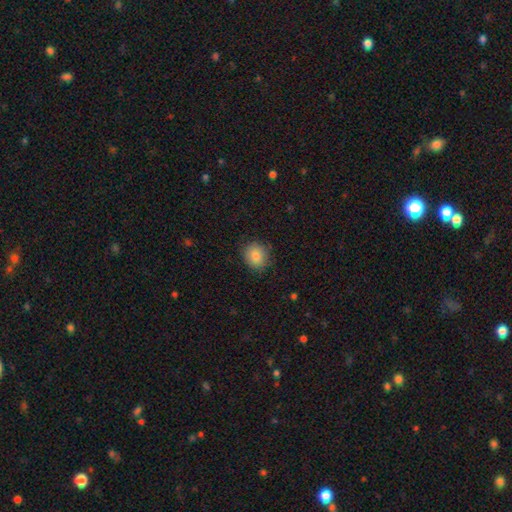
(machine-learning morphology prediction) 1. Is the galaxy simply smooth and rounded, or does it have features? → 86% smooth, 8% star or artifact, 6% featured or disk.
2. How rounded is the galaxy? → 74% round, 25% in between, 1% cigar-shaped.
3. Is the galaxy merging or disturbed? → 83% none, 13% minor disturbance, 3% major disturbance, 1% merger.